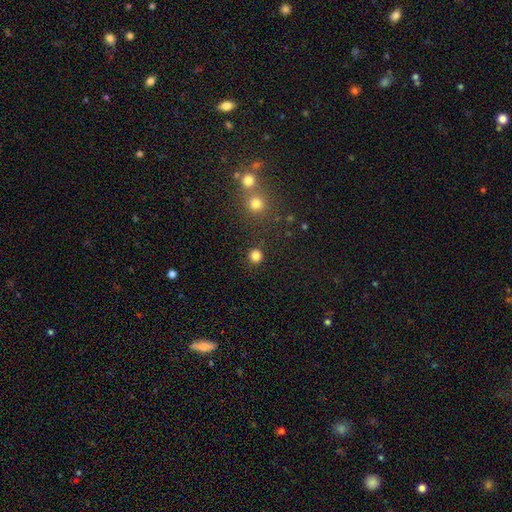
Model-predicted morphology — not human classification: A smooth galaxy with no disk features (83%) that is round (94%). Merging: none (89%).